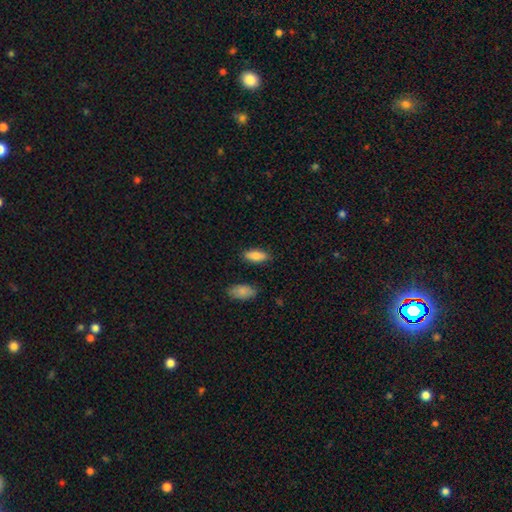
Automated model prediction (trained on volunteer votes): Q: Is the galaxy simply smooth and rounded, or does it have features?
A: smooth — 81%.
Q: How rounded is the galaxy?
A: in between — 80%.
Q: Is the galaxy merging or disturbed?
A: none — 85%.